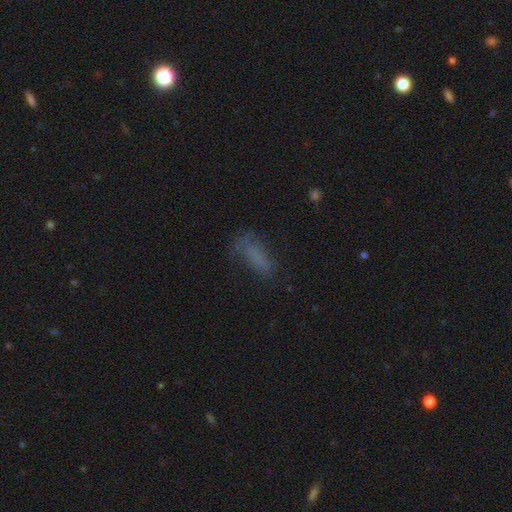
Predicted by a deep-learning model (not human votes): smooth 67%, star or artifact 17%, featured or disk 16%. Down the decision tree: how rounded — in between (65%); merging — none (52%).